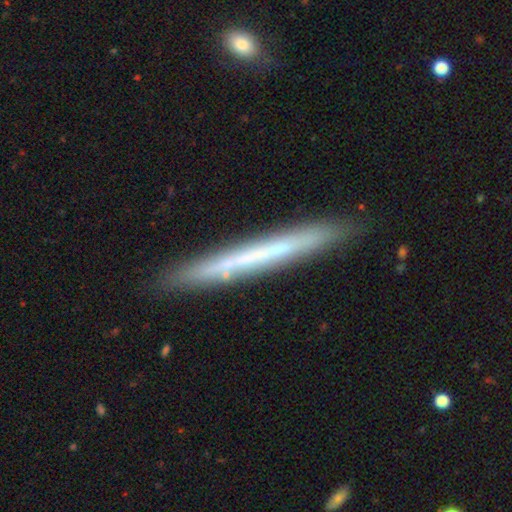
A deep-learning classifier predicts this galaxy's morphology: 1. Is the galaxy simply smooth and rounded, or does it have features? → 52% featured or disk, 41% smooth, 7% star or artifact.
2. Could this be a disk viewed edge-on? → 94% yes, 6% no.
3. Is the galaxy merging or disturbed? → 88% none, 9% minor disturbance, 2% merger, 2% major disturbance.